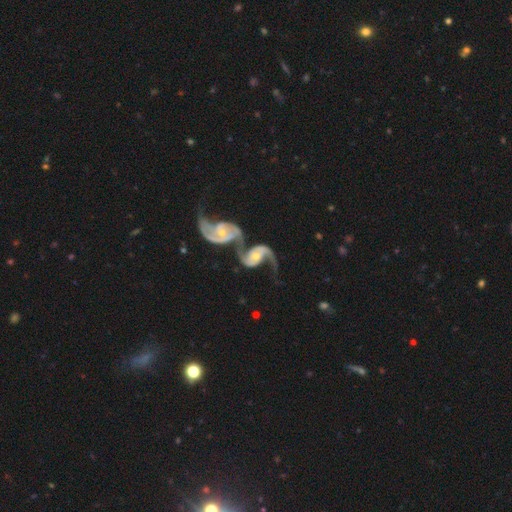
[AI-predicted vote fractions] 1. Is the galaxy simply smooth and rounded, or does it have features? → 89% featured or disk, 6% smooth, 4% star or artifact.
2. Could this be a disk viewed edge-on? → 97% no, 3% yes.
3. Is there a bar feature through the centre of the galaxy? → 46% no, 36% weak, 19% strong.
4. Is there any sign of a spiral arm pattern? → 96% yes, 4% no.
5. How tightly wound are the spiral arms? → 57% loose, 34% medium, 9% tight.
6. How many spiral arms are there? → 88% 2, 6% 1, 3% can't tell, 1% 3, 1% 4, 1% more than 4.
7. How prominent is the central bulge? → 47% small, 46% moderate, 4% large, 2% none, 1% dominant.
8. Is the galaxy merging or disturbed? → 70% merger, 14% none, 9% major disturbance, 7% minor disturbance.